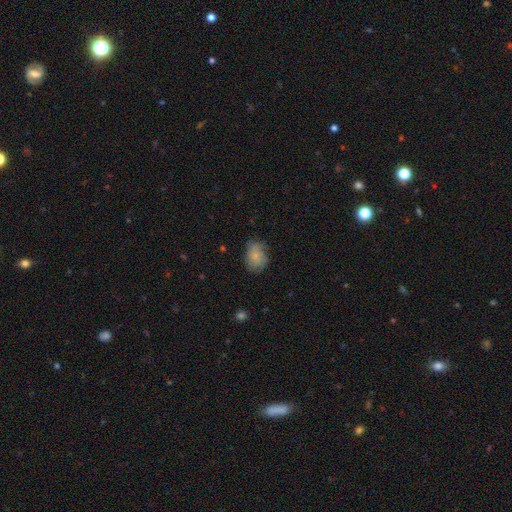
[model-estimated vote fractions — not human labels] Smooth or featured? smooth (69%)
How rounded? in between (64%)
Merging? none (62%)